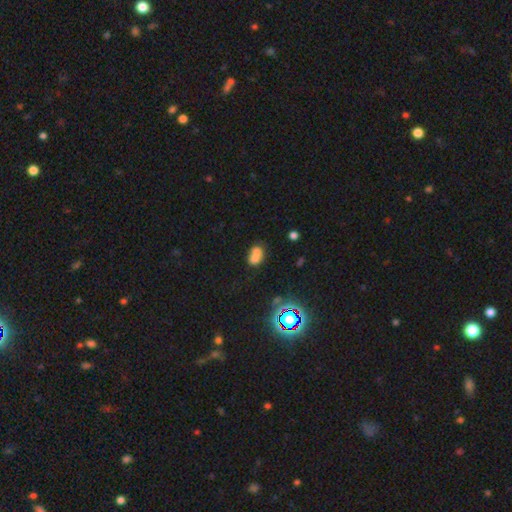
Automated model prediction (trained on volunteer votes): smooth 64%, featured or disk 19%, star or artifact 17%. Down the decision tree: how rounded — in between (51%); merging — merger (61%).